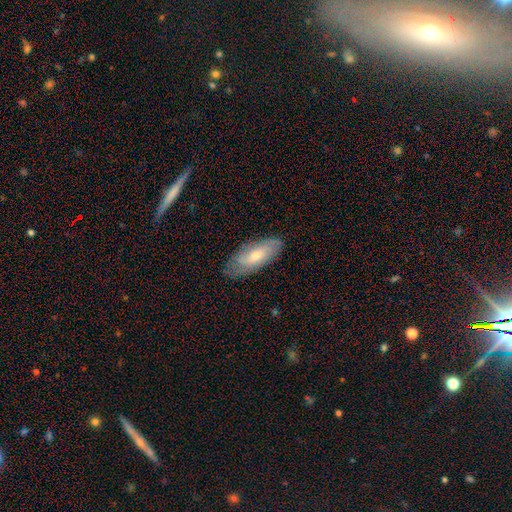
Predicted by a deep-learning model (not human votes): smooth-or-featured: smooth: 49% | featured or disk: 44% | star or artifact: 7%
  merging: none: 79% | minor disturbance: 16% | major disturbance: 4% | merger: 1%